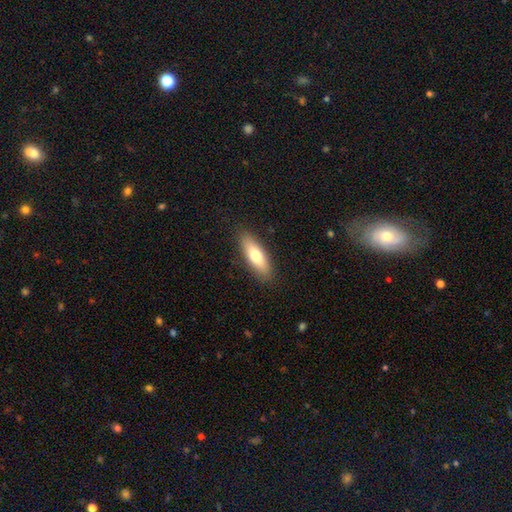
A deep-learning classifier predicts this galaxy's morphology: Smooth or featured? Predicted: smooth (p=0.70). How rounded? Predicted: in between (p=0.54). Merging? Predicted: none (p=0.88).